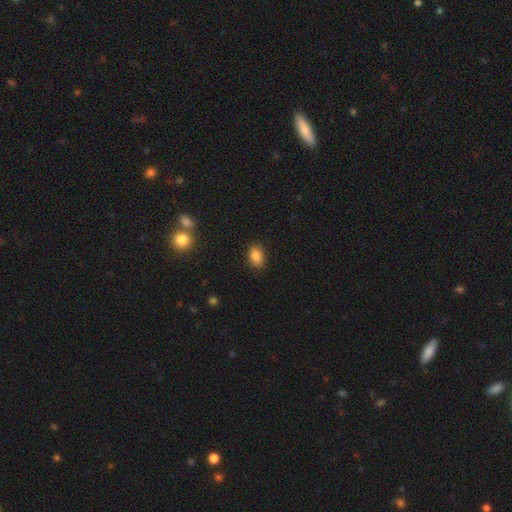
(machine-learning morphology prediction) Q: Smooth or featured?
A: smooth (84%); runner-up: star or artifact (10%)
Q: How rounded?
A: in between (84%); runner-up: round (14%)
Q: Merging?
A: none (82%); runner-up: minor disturbance (14%)